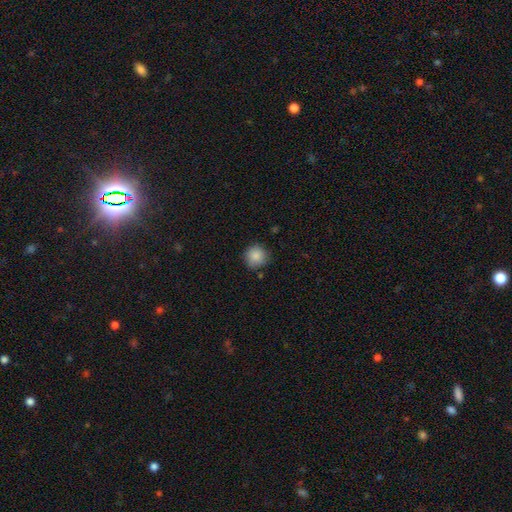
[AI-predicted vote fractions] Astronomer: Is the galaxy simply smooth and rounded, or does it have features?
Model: smooth — 87%.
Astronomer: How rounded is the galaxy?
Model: round — 93%.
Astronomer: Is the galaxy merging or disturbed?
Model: none — 82%.